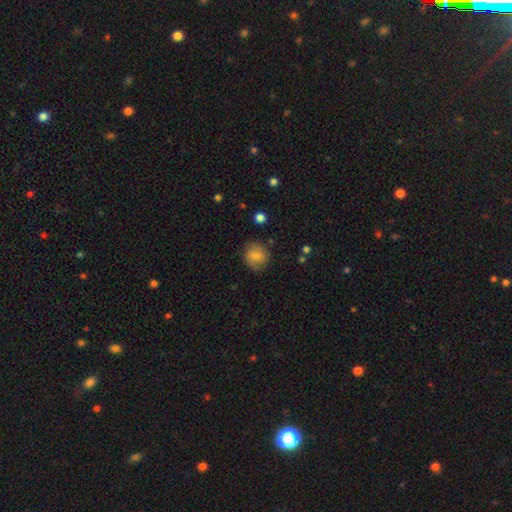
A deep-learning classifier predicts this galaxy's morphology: type=smooth (78%); roundness=round (76%); merging=none (77%).